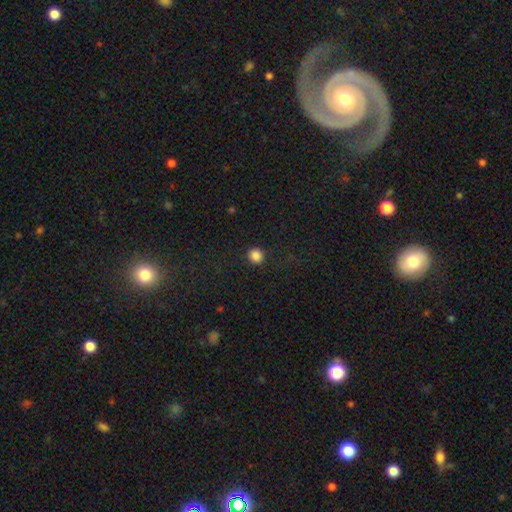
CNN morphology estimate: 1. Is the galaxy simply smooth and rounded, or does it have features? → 86% smooth, 11% star or artifact, 3% featured or disk.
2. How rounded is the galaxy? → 88% round, 11% in between, 1% cigar-shaped.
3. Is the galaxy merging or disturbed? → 90% none, 7% minor disturbance, 3% major disturbance, 1% merger.